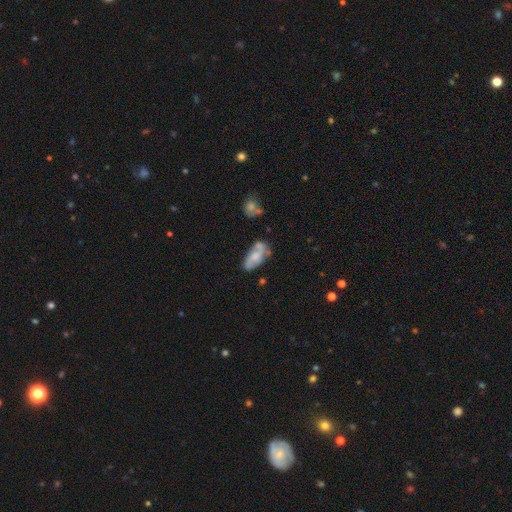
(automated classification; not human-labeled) Q: Smooth or featured?
A: featured or disk (50%); runner-up: smooth (42%)
Q: Edge-on disk?
A: no (92%); runner-up: yes (8%)
Q: Merging?
A: none (51%); runner-up: minor disturbance (27%)